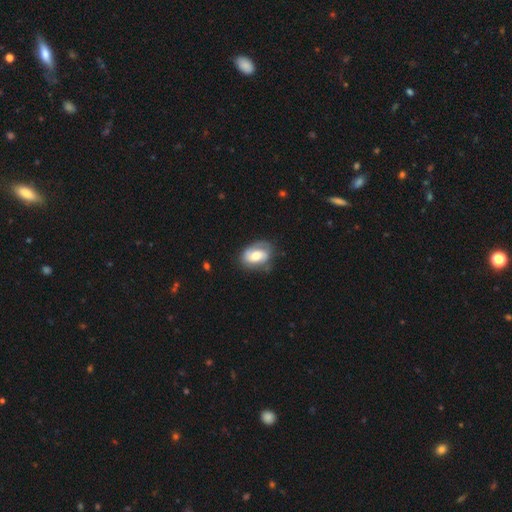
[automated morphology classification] Smooth or featured?
  - featured or disk: 50% *
  - smooth: 43%
  - star or artifact: 7%
Merging?
  - none: 57% *
  - minor disturbance: 27%
  - major disturbance: 14%
  - merger: 2%